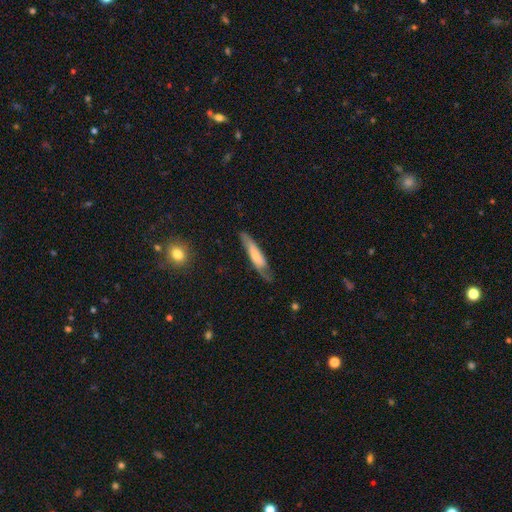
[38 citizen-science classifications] smooth_or_featured: smooth (p=0.66) [alt: featured or disk p=0.32]
how_rounded: cigar-shaped (p=0.84) [alt: in between p=0.12]
merging: none (p=0.70) [alt: minor disturbance p=0.24]